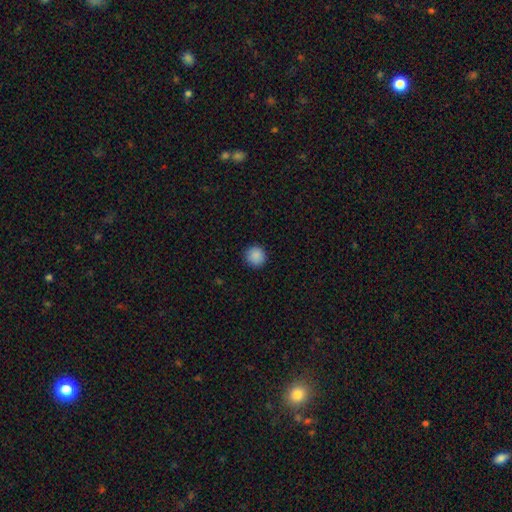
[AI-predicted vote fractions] A smooth galaxy with no disk features (89%) that is round (95%). Merging: none (91%).